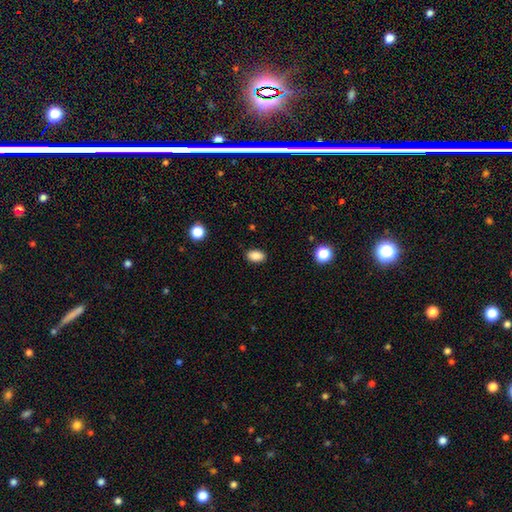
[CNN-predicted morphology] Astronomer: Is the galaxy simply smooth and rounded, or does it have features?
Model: smooth — 87%.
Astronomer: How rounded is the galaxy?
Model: in between — 90%.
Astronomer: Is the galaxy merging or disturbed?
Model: none — 88%.